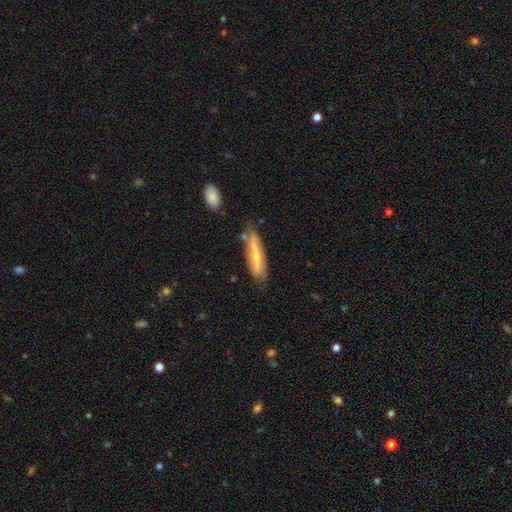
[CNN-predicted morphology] This is possibly a featured or disk galaxy (51%). It is possibly viewed edge-on (59%). Merging: likely none (70%).